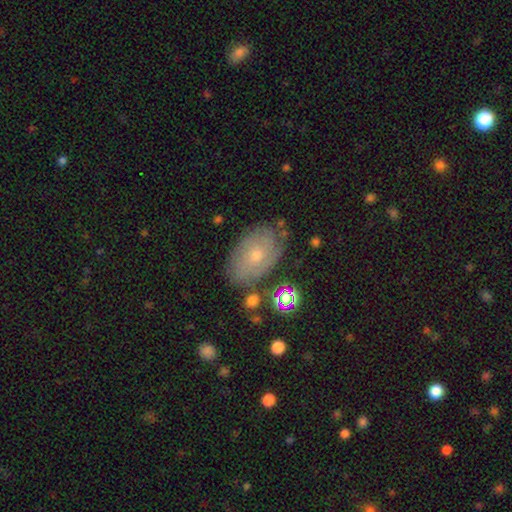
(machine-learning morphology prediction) smooth-or-featured: featured or disk: 55% | smooth: 35% | star or artifact: 10%
  disk-edge-on: no: 94% | yes: 6%
    bar: no: 83% | weak: 15% | strong: 3%
    has-spiral-arms: yes: 76% | no: 24%
    bulge-size: small: 68% | moderate: 29% | none: 1% | large: 1% | dominant: 1%
  merging: none: 70% | minor disturbance: 20% | major disturbance: 6% | merger: 4%